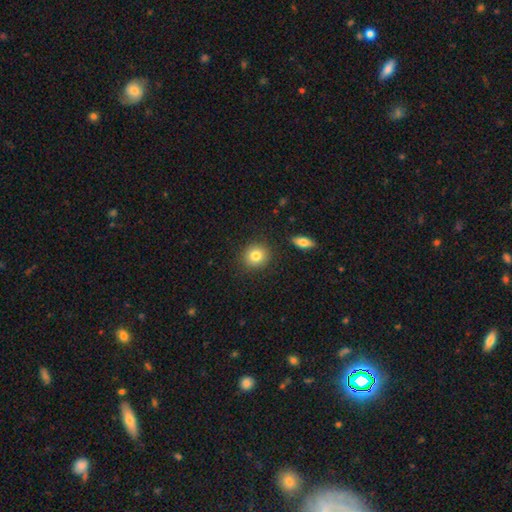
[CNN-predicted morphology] type=smooth (83%); roundness=round (84%); merging=none (87%).